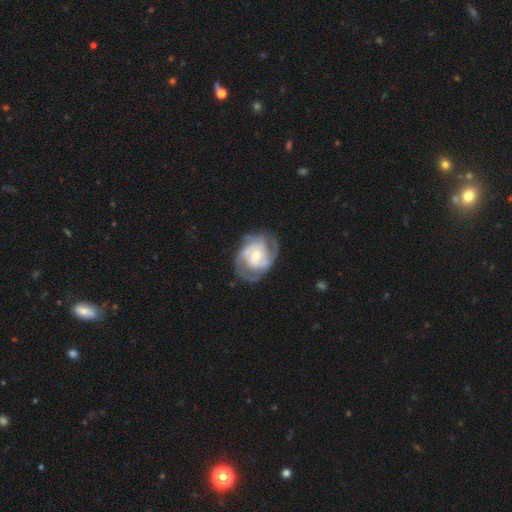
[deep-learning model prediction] Smooth or featured? Predicted: featured or disk (p=0.85). Edge-on disk? Predicted: no (p=0.98). Bar? Predicted: no (p=0.55). Spiral arms? Predicted: yes (p=0.95). Spiral winding? Predicted: tight (p=0.48). Spiral arm count? Predicted: 2 (p=0.39). Bulge size? Predicted: small (p=0.48). Merging? Predicted: none (p=0.70).